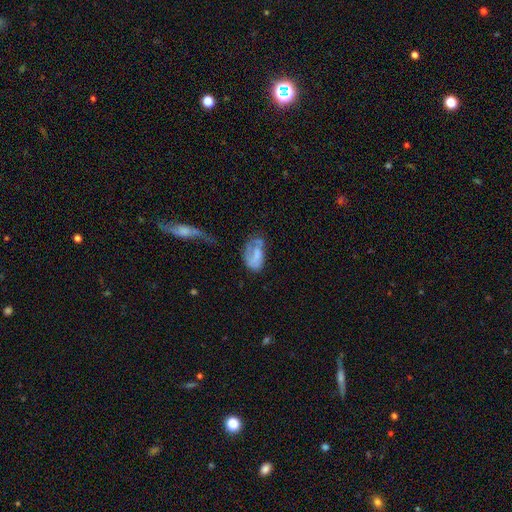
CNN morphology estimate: Smooth or featured?
  - smooth: 50% *
  - featured or disk: 41%
  - star or artifact: 9%
Merging?
  - major disturbance: 34% *
  - none: 30%
  - minor disturbance: 29%
  - merger: 8%